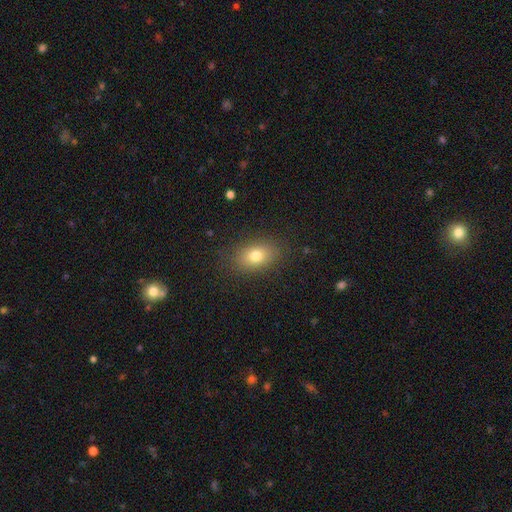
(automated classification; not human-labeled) The model was most divided on "how rounded": in between: 81%, round: 17%, cigar-shaped: 2%. More confident: merging — none (85%); smooth or featured — smooth (77%).